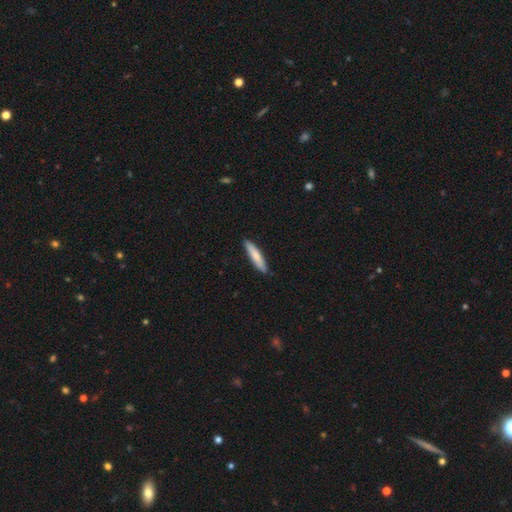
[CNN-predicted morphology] smooth 75%, featured or disk 20%, star or artifact 5%. Down the decision tree: how rounded — cigar-shaped (86%); merging — none (86%).